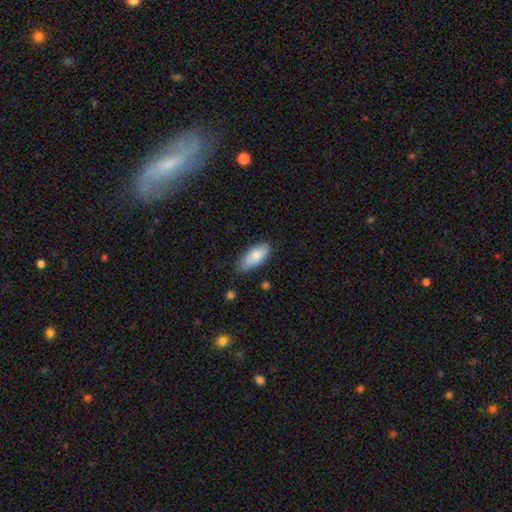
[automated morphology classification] Smooth or featured?
  - smooth: 82% *
  - featured or disk: 12%
  - star or artifact: 6%
How rounded?
  - in between: 86% *
  - cigar-shaped: 12%
  - round: 2%
Merging?
  - none: 72% *
  - minor disturbance: 22%
  - major disturbance: 4%
  - merger: 2%